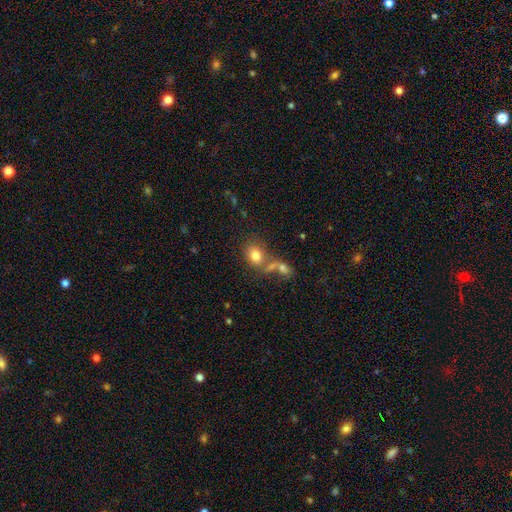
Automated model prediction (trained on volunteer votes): Morphology: type=smooth (79%); roundness=in between (64%); merging=none (51%).